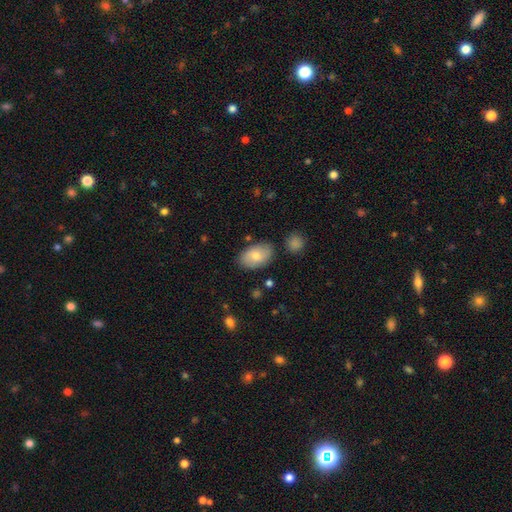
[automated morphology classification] Smooth or featured? smooth (73%)
How rounded? in between (90%)
Merging? none (80%)